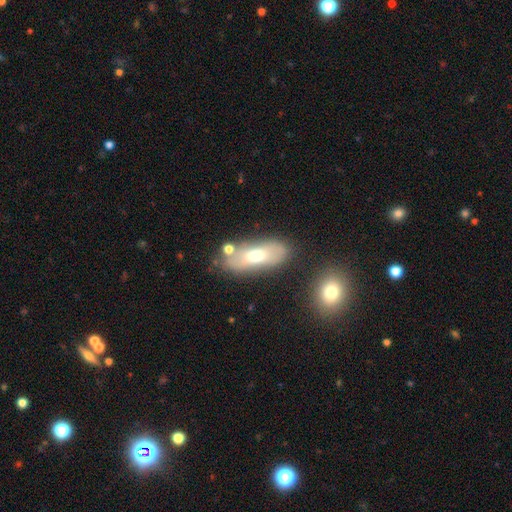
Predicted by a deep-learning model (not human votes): A smooth galaxy with no disk features (56%) that is in between round and cigar-shaped (76%). Merging: none (69%).